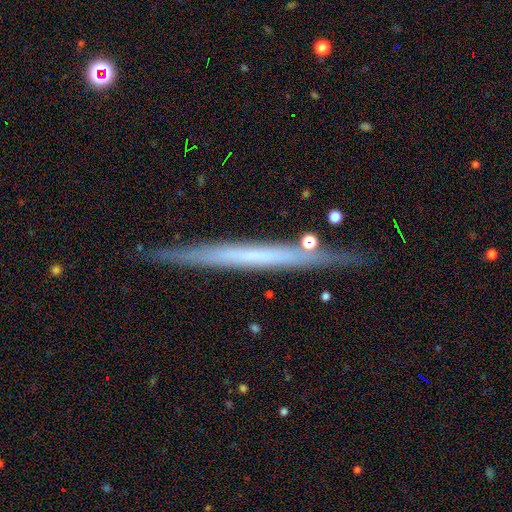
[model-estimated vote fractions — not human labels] Morphology: type=featured or disk (60%); edge-on=yes (96%); edge-on bulge=none (89%); merging=none (86%).